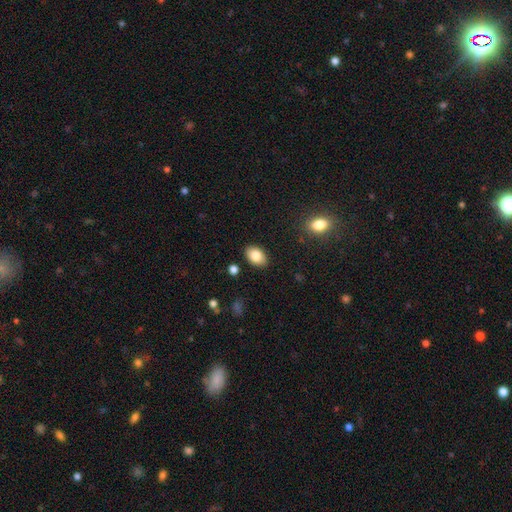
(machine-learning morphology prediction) smooth-or-featured: smooth: 83% | featured or disk: 9% | star or artifact: 7%
  how-rounded: in between: 88% | round: 11% | cigar-shaped: 1%
  merging: none: 87% | minor disturbance: 9% | major disturbance: 2% | merger: 2%